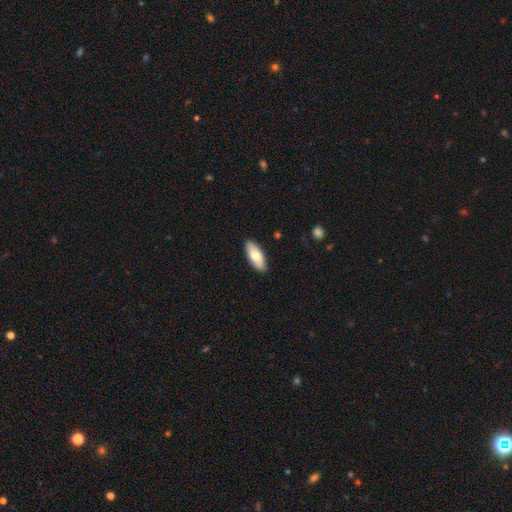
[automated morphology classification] smooth-or-featured: smooth: 76% | featured or disk: 19% | star or artifact: 6%
  how-rounded: in between: 80% | cigar-shaped: 18% | round: 2%
  merging: none: 89% | minor disturbance: 9% | major disturbance: 2% | merger: 1%